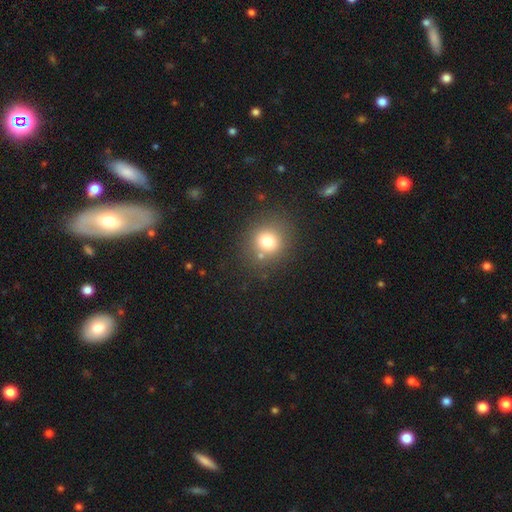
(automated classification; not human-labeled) smooth 72%, star or artifact 18%, featured or disk 10%. Down the decision tree: how rounded — round (81%); merging — none (77%).